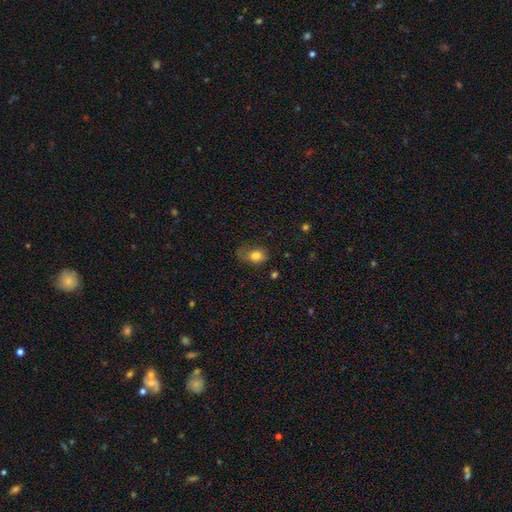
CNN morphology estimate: Smooth or featured? Predicted: smooth (p=0.79). How rounded? Predicted: in between (p=0.70). Merging? Predicted: none (p=0.35).